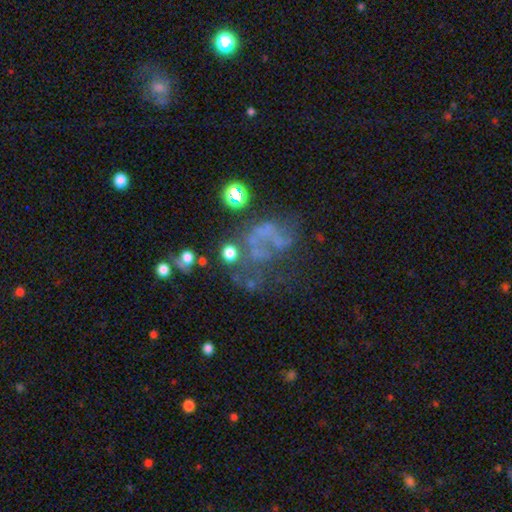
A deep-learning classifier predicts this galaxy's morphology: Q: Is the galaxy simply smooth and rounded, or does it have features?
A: featured or disk — 46%.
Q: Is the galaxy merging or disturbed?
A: none — 38%.